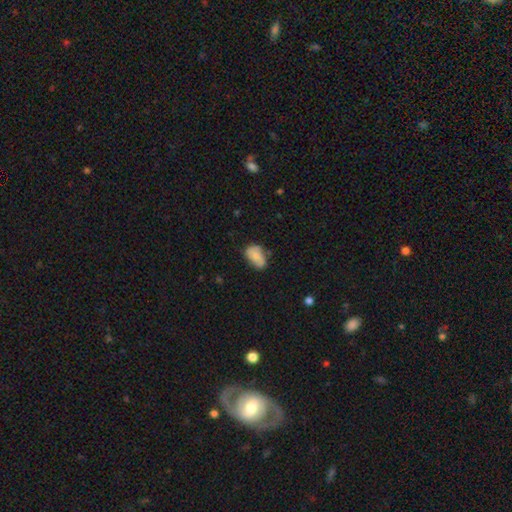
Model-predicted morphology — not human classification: The model was most divided on "merging": none: 56%, minor disturbance: 33%, major disturbance: 8%, merger: 3%. More confident: how rounded — in between (89%); smooth or featured — smooth (68%).